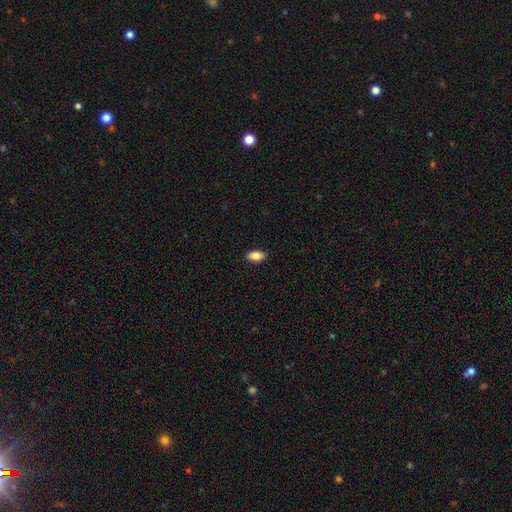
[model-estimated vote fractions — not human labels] Smooth or featured? Predicted: smooth (p=0.84). How rounded? Predicted: in between (p=0.91). Merging? Predicted: none (p=0.89).